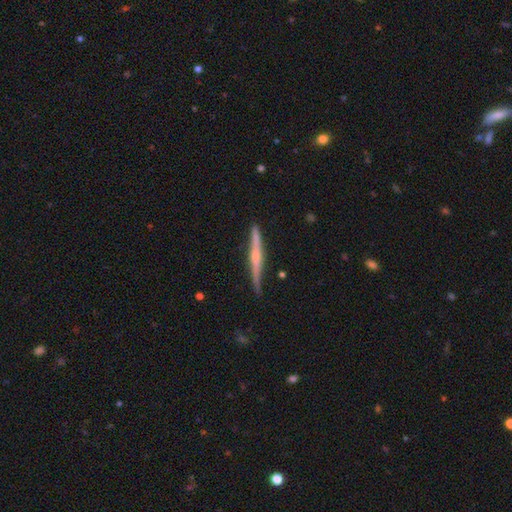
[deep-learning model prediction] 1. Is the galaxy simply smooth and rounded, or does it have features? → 74% featured or disk, 21% smooth, 5% star or artifact.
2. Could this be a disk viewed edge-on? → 98% yes, 2% no.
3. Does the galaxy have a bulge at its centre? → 74% rounded, 19% none, 7% boxy.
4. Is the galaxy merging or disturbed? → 84% none, 13% minor disturbance, 2% major disturbance, 2% merger.